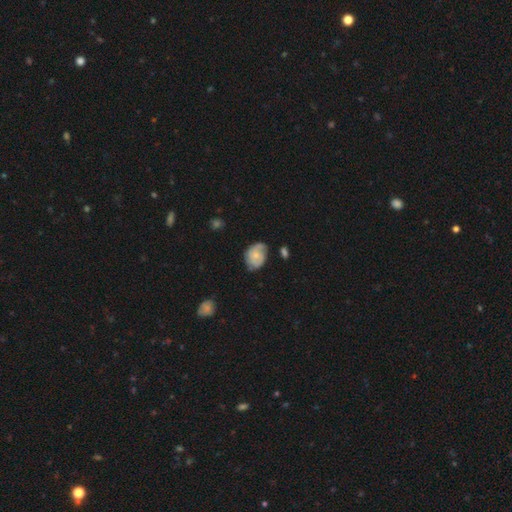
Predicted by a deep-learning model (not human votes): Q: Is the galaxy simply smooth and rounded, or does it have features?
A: featured or disk — 54%.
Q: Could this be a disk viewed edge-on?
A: no — 97%.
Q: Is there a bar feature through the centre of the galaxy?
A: no — 77%.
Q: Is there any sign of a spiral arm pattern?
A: yes — 81%.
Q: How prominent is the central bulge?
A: small — 60%.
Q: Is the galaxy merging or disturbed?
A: none — 53%.